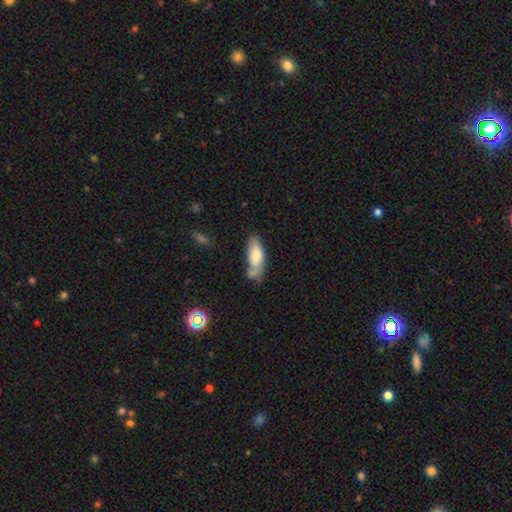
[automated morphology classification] Overall: smooth (72%). How rounded: in between (69%). Merging: none (50%; minor disturbance 27%).